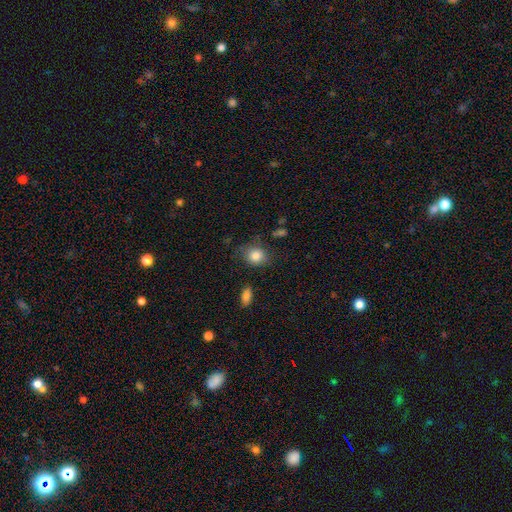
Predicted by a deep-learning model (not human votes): smooth_or_featured: smooth (p=0.84) [alt: star or artifact p=0.09]
how_rounded: round (p=0.65) [alt: in between p=0.33]
merging: none (p=0.73) [alt: minor disturbance p=0.19]